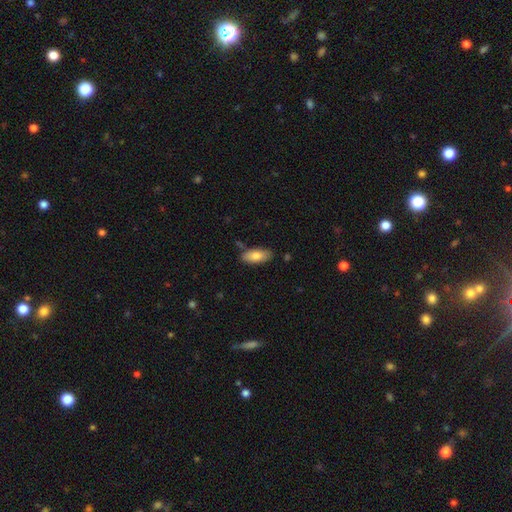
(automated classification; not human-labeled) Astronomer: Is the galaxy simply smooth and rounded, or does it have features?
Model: smooth — 79%.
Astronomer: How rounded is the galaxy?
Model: in between — 83%.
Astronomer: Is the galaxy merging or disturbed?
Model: none — 80%.